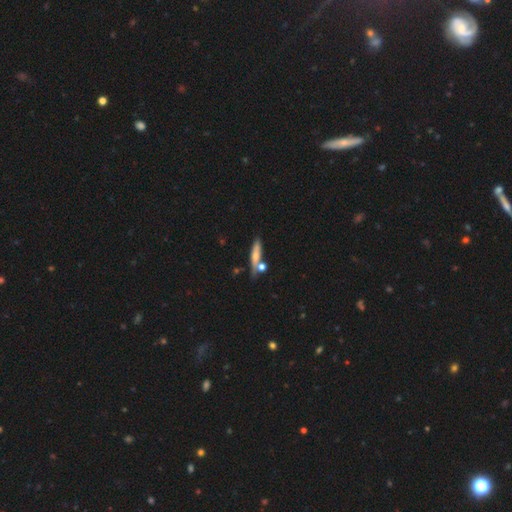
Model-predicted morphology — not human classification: A smooth galaxy with no disk features (58%) that is cigar-shaped (80%). Merging: none (65%).